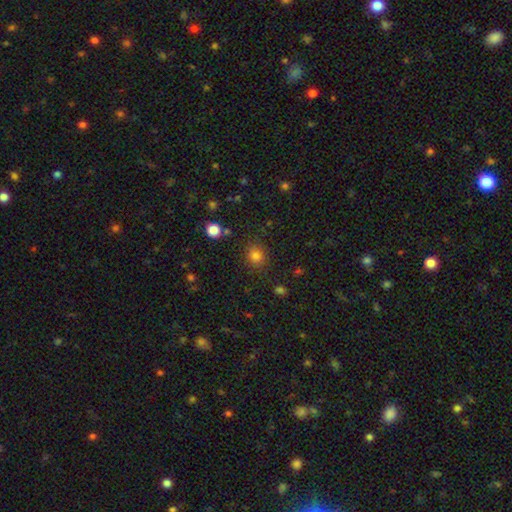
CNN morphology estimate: Smooth or featured?
  - smooth: 80% *
  - star or artifact: 15%
  - featured or disk: 5%
How rounded?
  - round: 80% *
  - in between: 19%
  - cigar-shaped: 1%
Merging?
  - none: 84% *
  - minor disturbance: 10%
  - major disturbance: 3%
  - merger: 2%